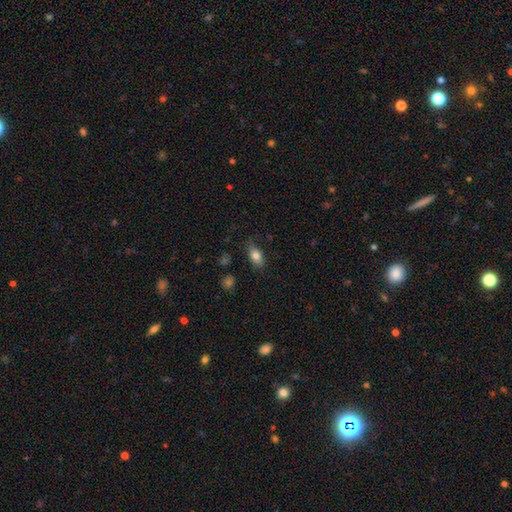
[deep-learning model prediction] This appears to be a smooth galaxy with no disk features (81%) that is in between round and cigar-shaped (87%). Merging: none (78%).